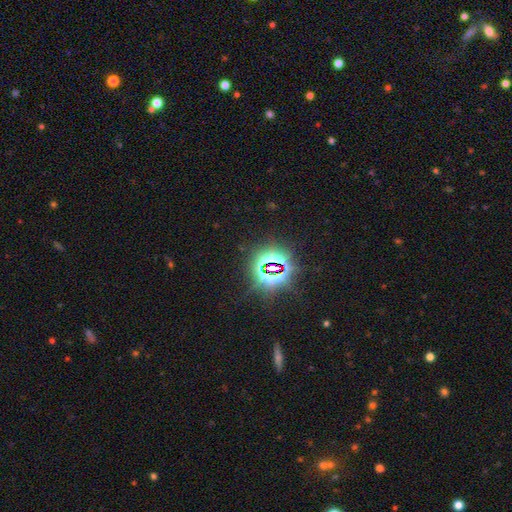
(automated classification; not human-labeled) Morphology: type=star or artifact (82%).